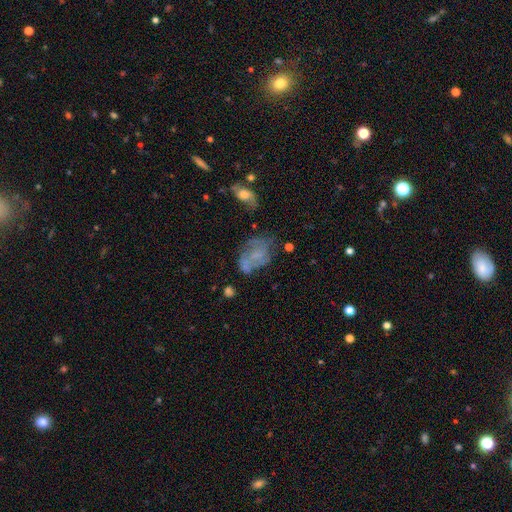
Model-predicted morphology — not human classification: smooth-or-featured: featured or disk: 54% | smooth: 33% | star or artifact: 13%
  disk-edge-on: no: 97% | yes: 3%
    bar: no: 72% | weak: 23% | strong: 4%
    has-spiral-arms: yes: 54% | no: 46%
    bulge-size: none: 51% | small: 31% | moderate: 15% | large: 3% | dominant: 1%
  merging: none: 45% | minor disturbance: 24% | major disturbance: 21% | merger: 10%